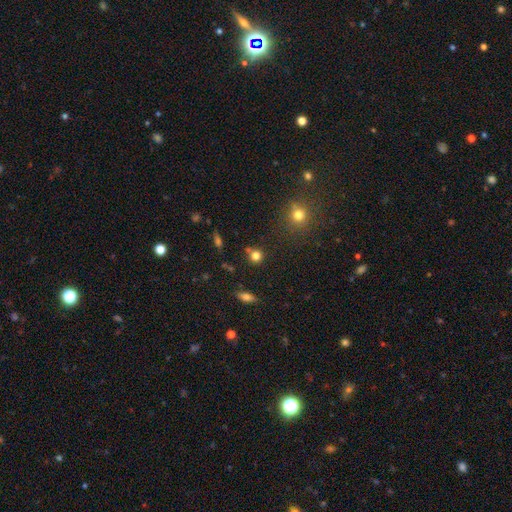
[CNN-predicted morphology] smooth_or_featured: smooth (p=0.78) [alt: star or artifact p=0.15]
how_rounded: round (p=0.88) [alt: in between p=0.11]
merging: none (p=0.72) [alt: merger p=0.13]